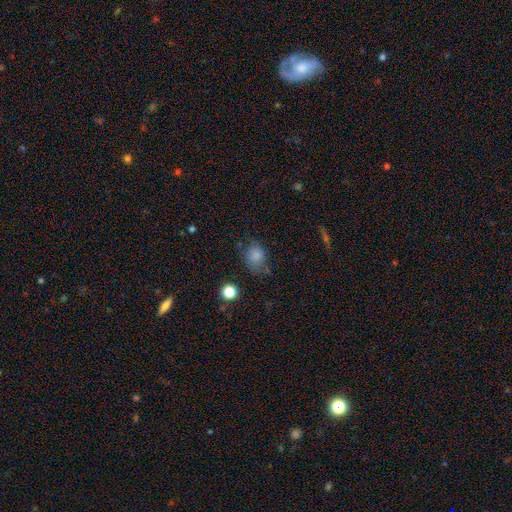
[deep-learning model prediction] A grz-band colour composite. It shows a smooth galaxy with no disk features (79%) that is in between round and cigar-shaped (51%). Merging: none (60%).